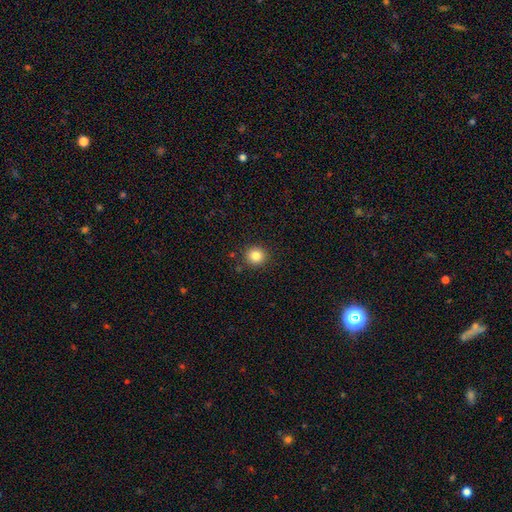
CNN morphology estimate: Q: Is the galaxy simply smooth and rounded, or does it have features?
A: smooth — 84%.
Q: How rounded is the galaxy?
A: round — 92%.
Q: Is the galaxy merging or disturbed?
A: none — 90%.